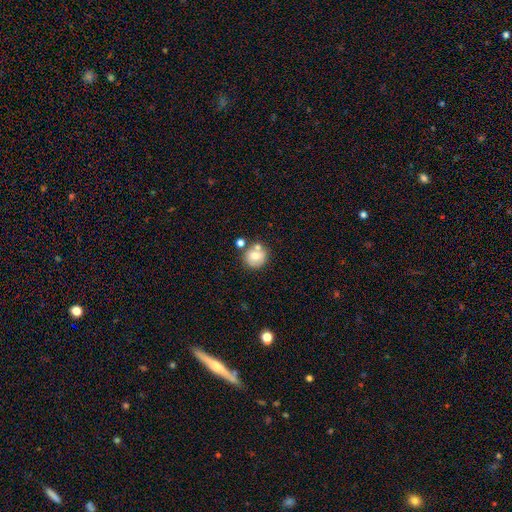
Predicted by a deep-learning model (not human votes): Overall: smooth (70%). How rounded: round (86%). Merging: none (64%).